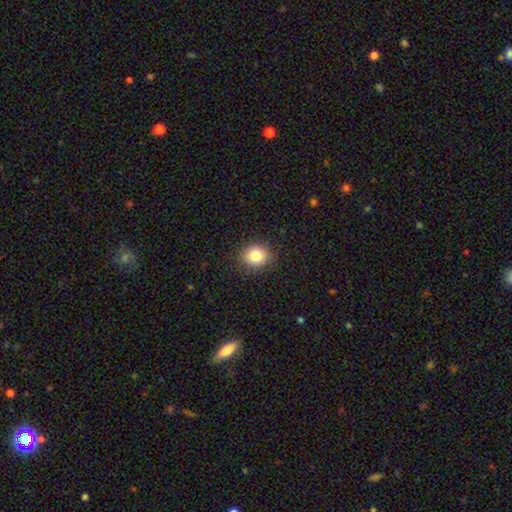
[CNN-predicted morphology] A smooth galaxy with no disk features (82%) that is round (77%).

Vote fractions:
- Smooth or featured? smooth: 82% / star or artifact: 11% / featured or disk: 7%
- How rounded? round: 77% / in between: 22% / cigar-shaped: 1%
- Merging? none: 89% / minor disturbance: 8% / major disturbance: 2% / merger: 1%